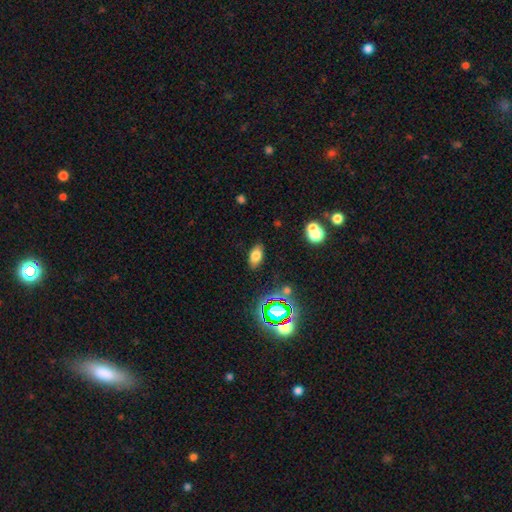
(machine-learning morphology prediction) smooth 74%, star or artifact 16%, featured or disk 11%. Down the decision tree: how rounded — in between (90%); merging — none (85%).